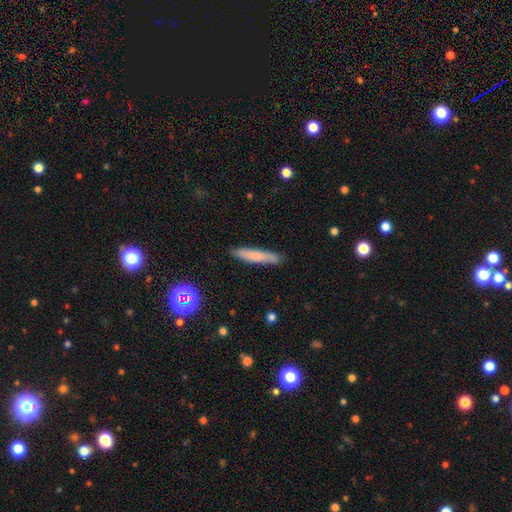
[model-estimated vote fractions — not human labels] A smooth galaxy with no disk features (70%) that is cigar-shaped (90%). Merging: none (86%).